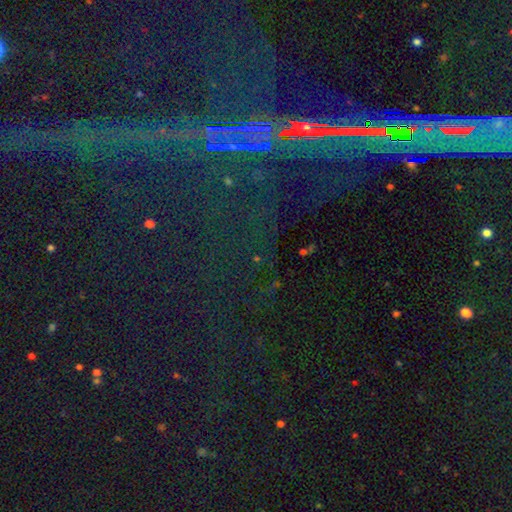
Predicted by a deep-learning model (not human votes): This is clearly a star or artifact rather than a galaxy (85%).